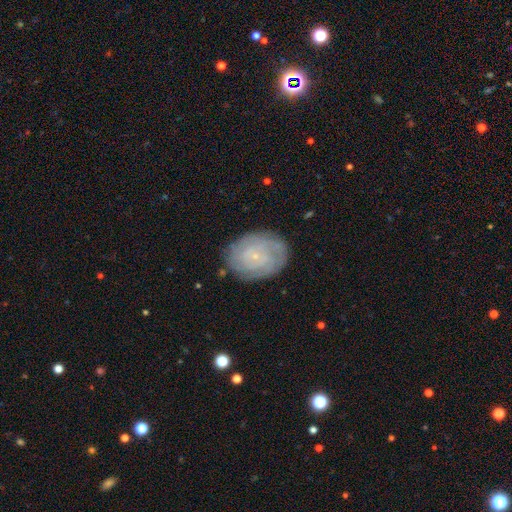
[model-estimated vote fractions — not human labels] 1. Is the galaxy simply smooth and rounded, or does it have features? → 67% featured or disk, 25% smooth, 8% star or artifact.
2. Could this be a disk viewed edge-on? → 97% no, 3% yes.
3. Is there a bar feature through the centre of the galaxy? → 77% no, 19% weak, 3% strong.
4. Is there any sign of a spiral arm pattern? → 85% yes, 15% no.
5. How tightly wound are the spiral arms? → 75% tight, 19% medium, 6% loose.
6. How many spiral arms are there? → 51% can't tell, 15% 2, 12% 3, 11% 4, 6% more than 4, 5% 1.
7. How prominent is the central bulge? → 86% small, 7% moderate, 4% none, 1% large, 1% dominant.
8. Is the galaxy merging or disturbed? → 78% none, 16% minor disturbance, 5% major disturbance, 1% merger.